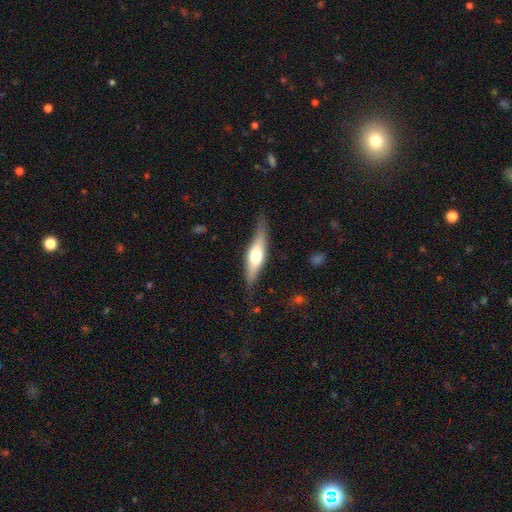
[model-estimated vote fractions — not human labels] A featured or disk galaxy (55%) viewed edge-on (90%). Merging: none (76%).